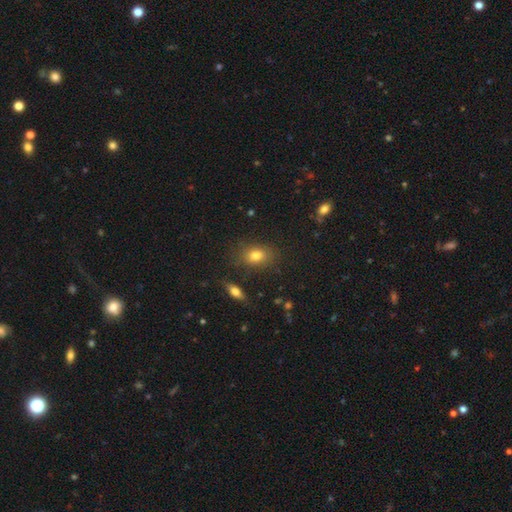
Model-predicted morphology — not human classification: This is likely a smooth galaxy (78%). How rounded: likely in between (70%). Merging: clearly none (81%).